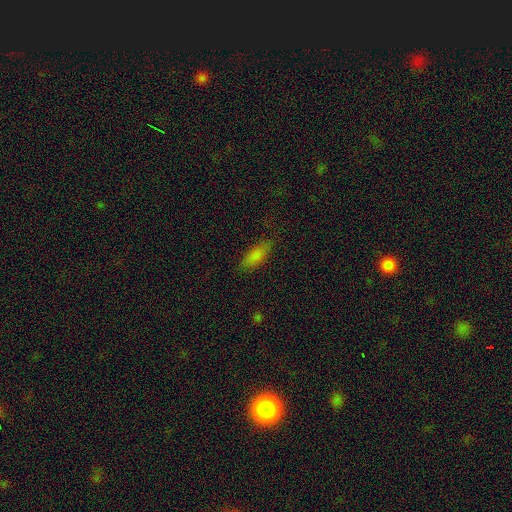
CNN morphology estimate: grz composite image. It shows a smooth galaxy with no disk features (82%) that is in between round and cigar-shaped (75%). Merging: none (79%).